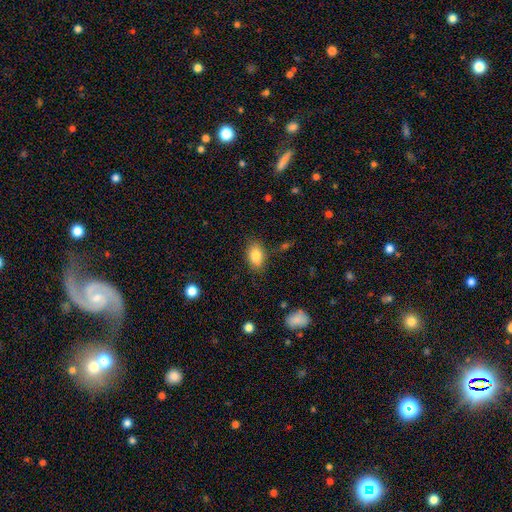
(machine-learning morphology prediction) Smooth or featured: smooth — 84% (featured or disk — 8%)
How rounded: in between — 88% (round — 10%)
Merging: none — 80% (minor disturbance — 14%)